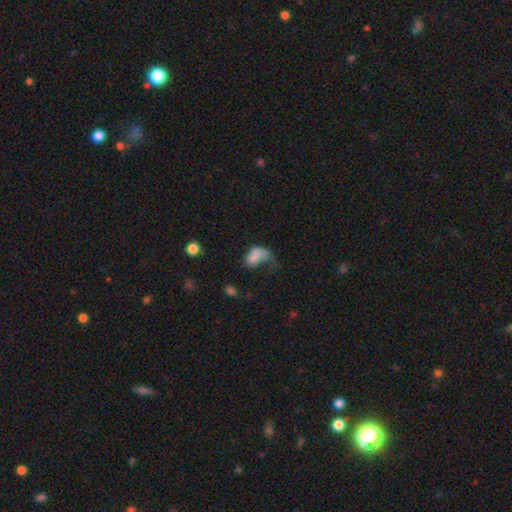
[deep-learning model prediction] Overall: smooth (68%). How rounded: in between (89%). Merging: major disturbance (60%).